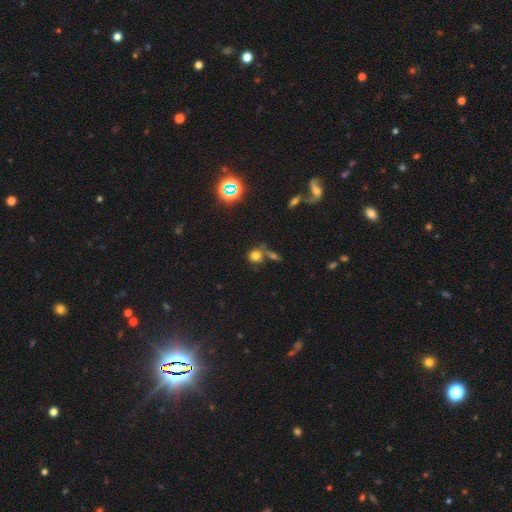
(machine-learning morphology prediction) The model was most divided on "merging": none: 55%, merger: 28%, minor disturbance: 11%, major disturbance: 6%. More confident: how rounded — round (80%); smooth or featured — smooth (72%).